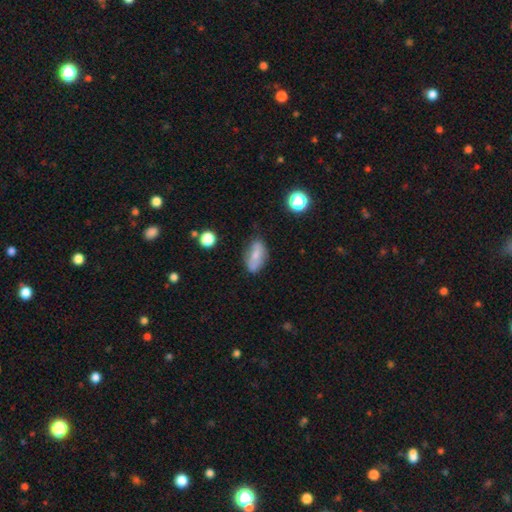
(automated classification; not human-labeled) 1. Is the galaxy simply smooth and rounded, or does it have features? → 67% smooth, 24% featured or disk, 9% star or artifact.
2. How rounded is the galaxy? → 85% in between, 10% cigar-shaped, 5% round.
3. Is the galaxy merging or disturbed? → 68% none, 23% minor disturbance, 6% major disturbance, 4% merger.